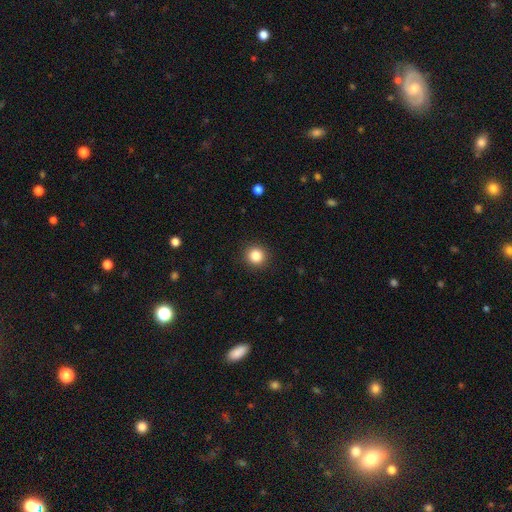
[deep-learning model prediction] A smooth galaxy with no disk features (85%) that is round (94%). Merging: none (92%).